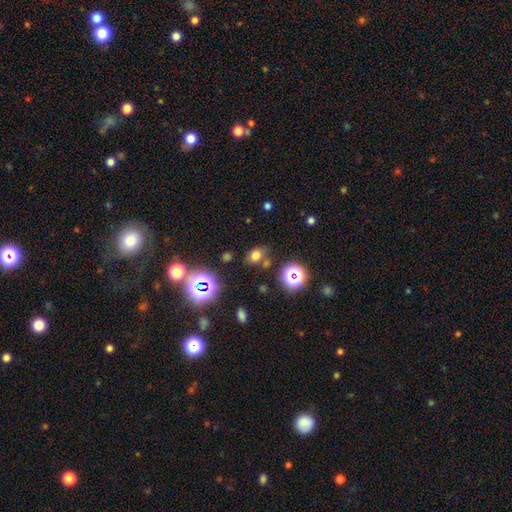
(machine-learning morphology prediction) Smooth or featured: smooth — 68% (star or artifact — 23%)
How rounded: in between — 61% (round — 37%)
Merging: none — 73% (minor disturbance — 14%)